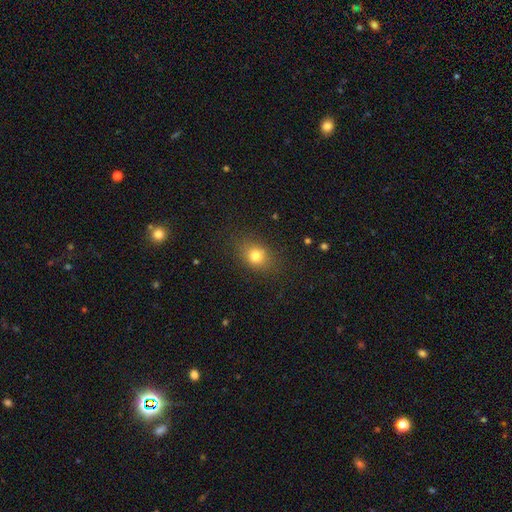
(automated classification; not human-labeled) A smooth galaxy with no disk features (77%) that is in between round and cigar-shaped (50%). Merging: none (81%).